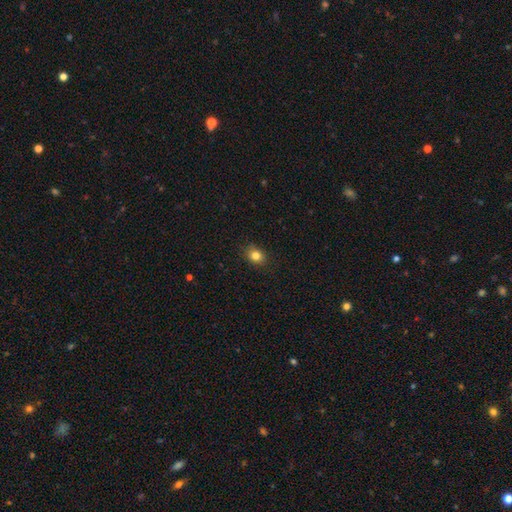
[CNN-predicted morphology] Smooth or featured?
  - smooth: 82% *
  - star or artifact: 12%
  - featured or disk: 7%
How rounded?
  - round: 54% *
  - in between: 45%
  - cigar-shaped: 1%
Merging?
  - none: 88% *
  - minor disturbance: 9%
  - major disturbance: 2%
  - merger: 1%